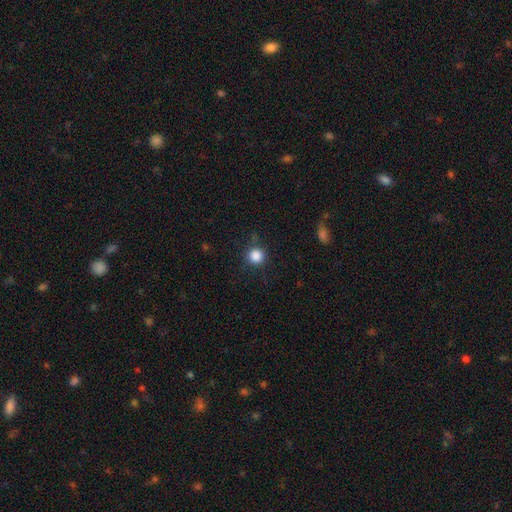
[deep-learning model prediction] A smooth galaxy with no disk features (86%) that is round (94%).

Vote fractions:
- Smooth or featured? smooth: 86% / star or artifact: 11% / featured or disk: 3%
- How rounded? round: 94% / in between: 5% / cigar-shaped: 1%
- Merging? none: 84% / minor disturbance: 11% / major disturbance: 4% / merger: 2%